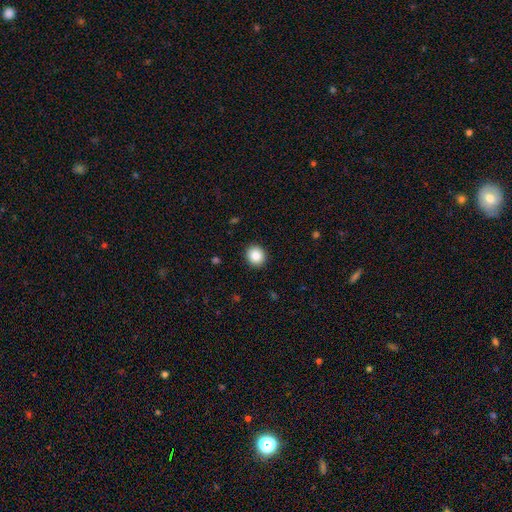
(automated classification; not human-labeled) Smooth or featured?
  - smooth: 87% *
  - star or artifact: 9%
  - featured or disk: 4%
How rounded?
  - round: 85% *
  - in between: 14%
  - cigar-shaped: 1%
Merging?
  - none: 92% *
  - minor disturbance: 5%
  - major disturbance: 2%
  - merger: 1%